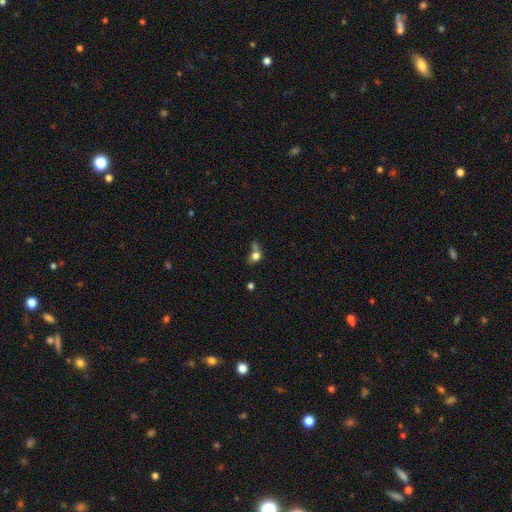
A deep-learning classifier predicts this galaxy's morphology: A smooth galaxy with no disk features (73%) that is round (49%).

Vote fractions:
- Smooth or featured? smooth: 73% / featured or disk: 15% / star or artifact: 12%
- How rounded? round: 49% / in between: 48% / cigar-shaped: 3%
- Merging? merger: 39% / none: 30% / minor disturbance: 16% / major disturbance: 15%